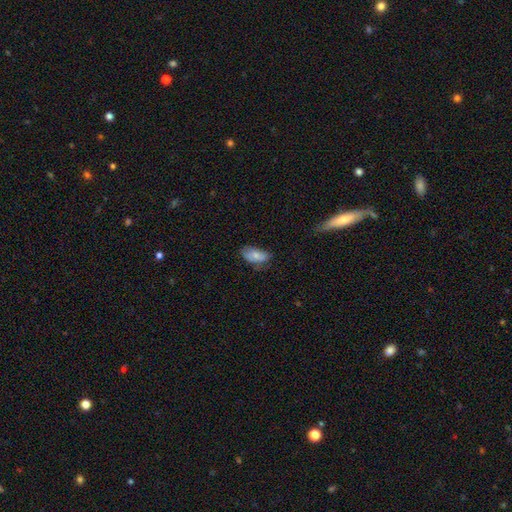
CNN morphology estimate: type=smooth (73%); roundness=in between (92%); merging=none (56%).